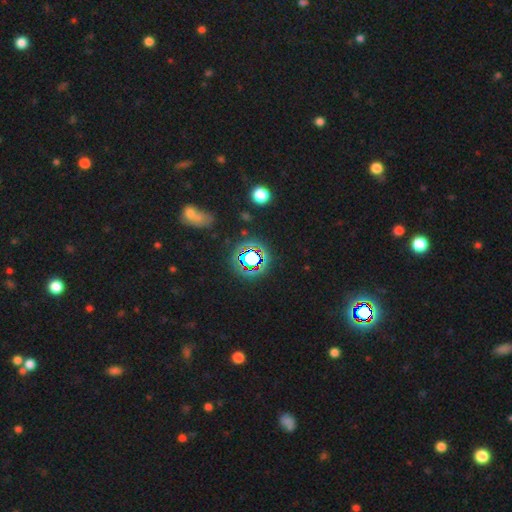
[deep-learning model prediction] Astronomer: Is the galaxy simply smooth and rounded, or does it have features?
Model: star or artifact — 66%.